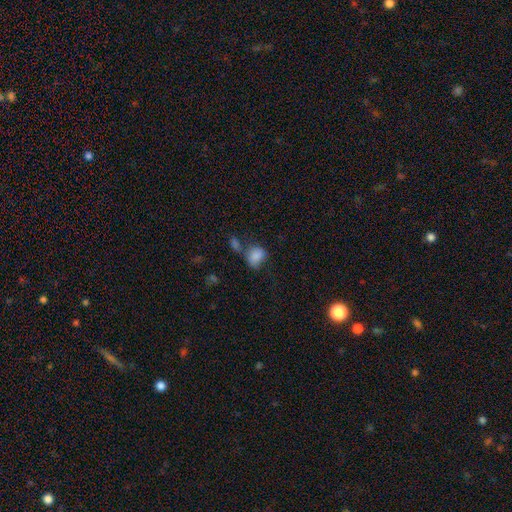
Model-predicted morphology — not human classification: This is clearly a smooth galaxy (82%). How rounded: likely in between (60%). Merging: marginally none (40%).